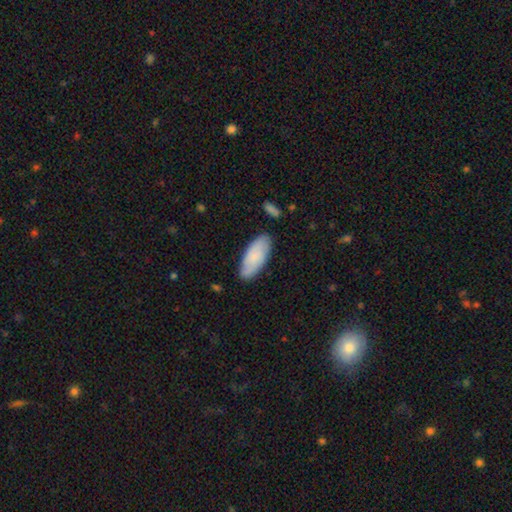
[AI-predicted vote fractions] Smooth or featured?
  - smooth: 78% *
  - featured or disk: 16%
  - star or artifact: 6%
How rounded?
  - in between: 84% *
  - cigar-shaped: 14%
  - round: 2%
Merging?
  - none: 81% *
  - minor disturbance: 14%
  - major disturbance: 2%
  - merger: 2%